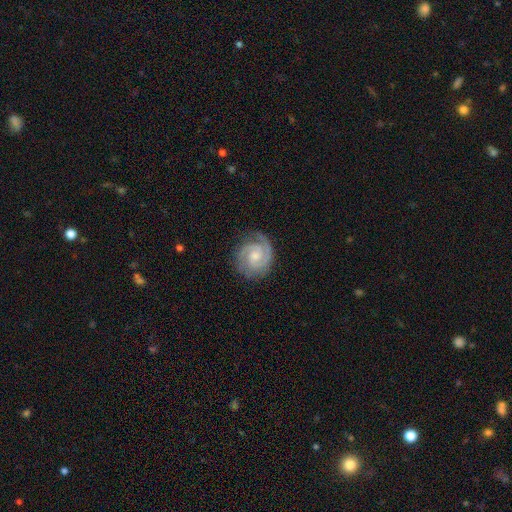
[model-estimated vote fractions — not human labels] This is clearly a featured or disk galaxy (88%). It is clearly not viewed edge-on (98%). Bar: likely no (60%). Spiral arm pattern: clearly yes (98%). Spiral arm count: likely 2 (73%). Spiral winding: likely tight (65%). Central bulge: possibly moderate (46%). Merging: likely none (79%).